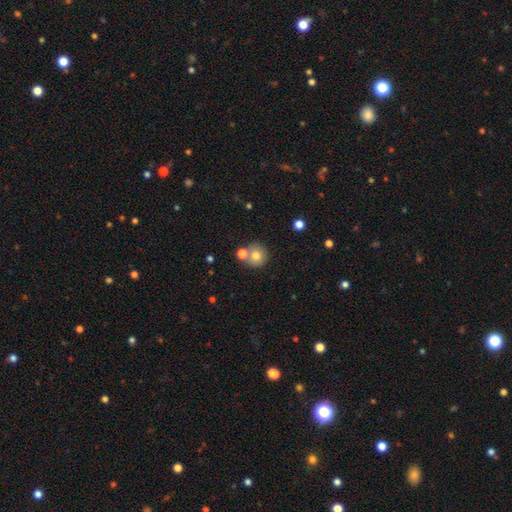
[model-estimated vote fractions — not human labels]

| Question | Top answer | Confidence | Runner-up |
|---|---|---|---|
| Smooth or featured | smooth | 76% | featured or disk (13%) |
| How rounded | round | 91% | in between (8%) |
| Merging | none | 64% | merger (24%) |